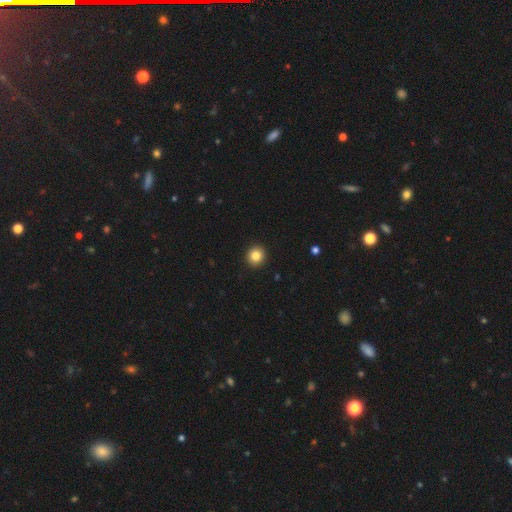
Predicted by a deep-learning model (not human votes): Q: Smooth or featured?
A: smooth (85%); runner-up: star or artifact (10%)
Q: How rounded?
A: round (91%); runner-up: in between (8%)
Q: Merging?
A: none (93%); runner-up: minor disturbance (4%)